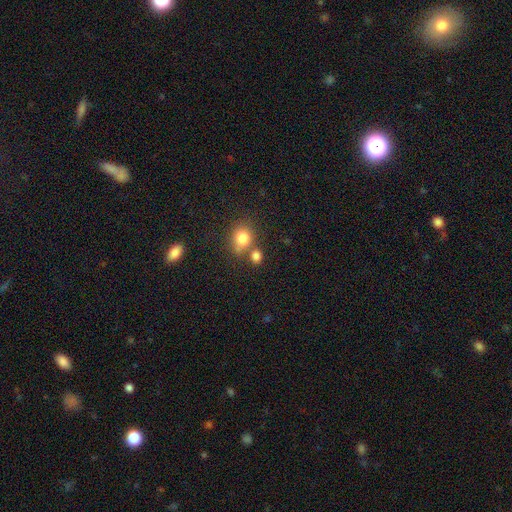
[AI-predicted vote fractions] smooth 80%, star or artifact 13%, featured or disk 7%. Down the decision tree: how rounded — round (70%); merging — none (58%).